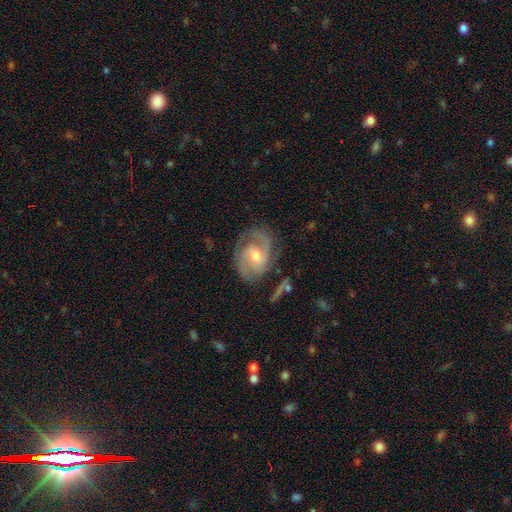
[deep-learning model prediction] smooth_or_featured: featured or disk (p=0.87) [alt: smooth p=0.07]
disk_edge_on: no (p=0.97) [alt: yes p=0.03]
bar: weak (p=0.48) [alt: no p=0.42]
has_spiral_arms: yes (p=0.97) [alt: no p=0.03]
spiral_winding: medium (p=0.51) [alt: tight p=0.37]
spiral_arm_count: 2 (p=0.70) [alt: 3 p=0.15]
bulge_size: moderate (p=0.56) [alt: small p=0.39]
merging: none (p=0.73) [alt: minor disturbance p=0.18]